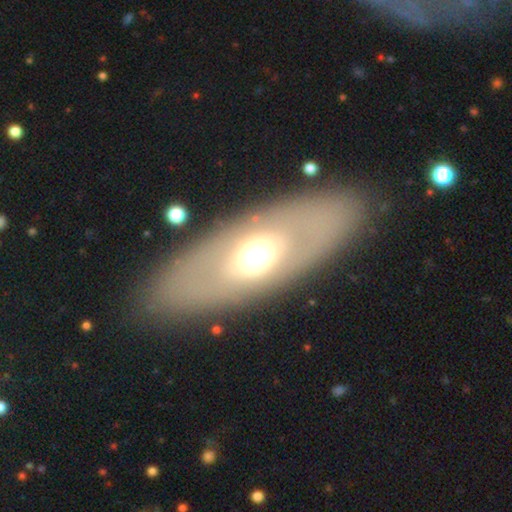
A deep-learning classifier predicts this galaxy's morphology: smooth-or-featured: featured or disk: 46% | smooth: 43% | star or artifact: 11%
  merging: none: 81% | minor disturbance: 10% | major disturbance: 7% | merger: 3%